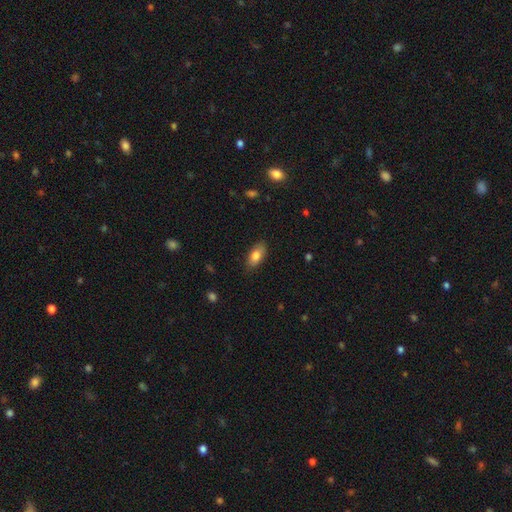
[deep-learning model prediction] A smooth galaxy with no disk features (80%) that is in between round and cigar-shaped (88%). Merging: none (83%).